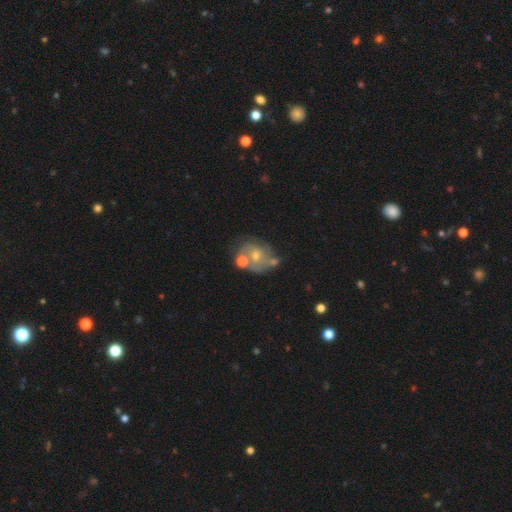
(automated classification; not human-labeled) Overall: featured or disk (56%; smooth 30%). Edge-on disk: no (97%). Bar: no (77%). Spiral arms: yes (53%; no 47%). Bulge size: small (49%; moderate 43%). Merging: none (46%; merger 22%).